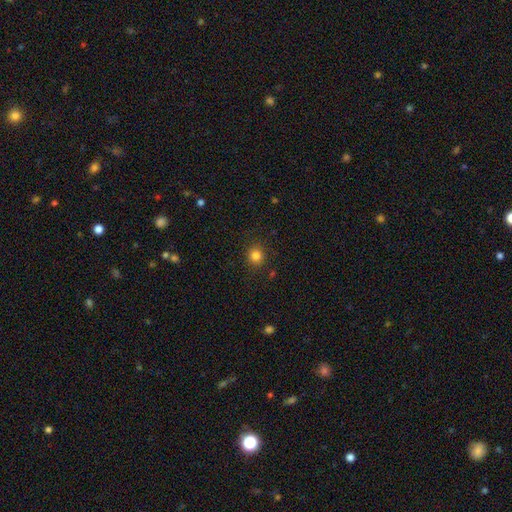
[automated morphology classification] Q: Smooth or featured?
A: smooth (83%); runner-up: star or artifact (13%)
Q: How rounded?
A: round (90%); runner-up: in between (9%)
Q: Merging?
A: none (89%); runner-up: minor disturbance (7%)